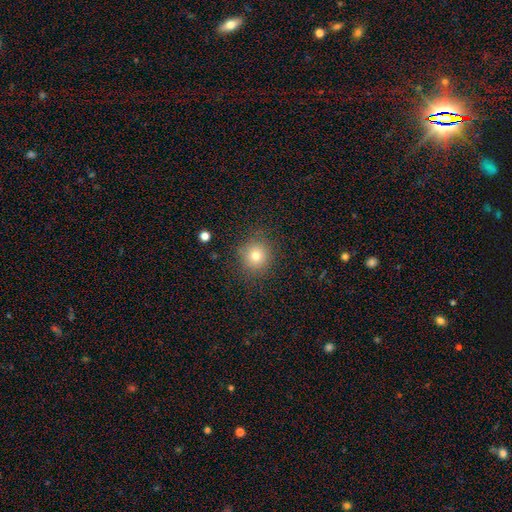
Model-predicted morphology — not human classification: Smooth or featured? Predicted: smooth (p=0.76). How rounded? Predicted: round (p=0.92). Merging? Predicted: none (p=0.86).